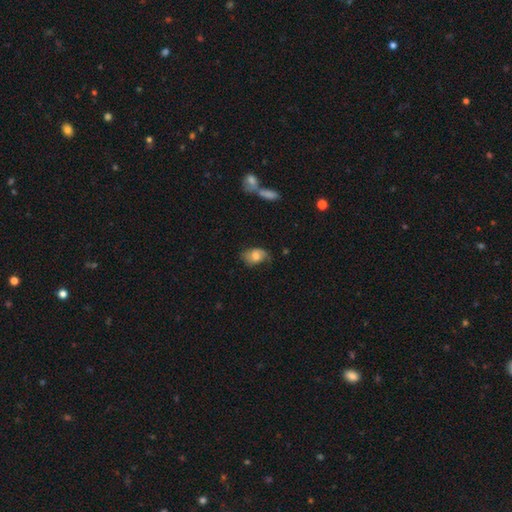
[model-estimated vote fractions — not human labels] Smooth or featured? smooth (61%)
How rounded? in between (82%)
Merging? none (50%)